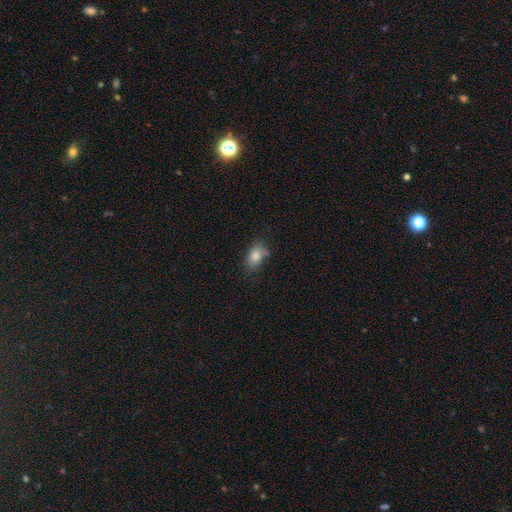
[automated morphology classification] smooth_or_featured: smooth (p=0.83) [alt: star or artifact p=0.09]
how_rounded: in between (p=0.81) [alt: round p=0.17]
merging: none (p=0.64) [alt: minor disturbance p=0.25]